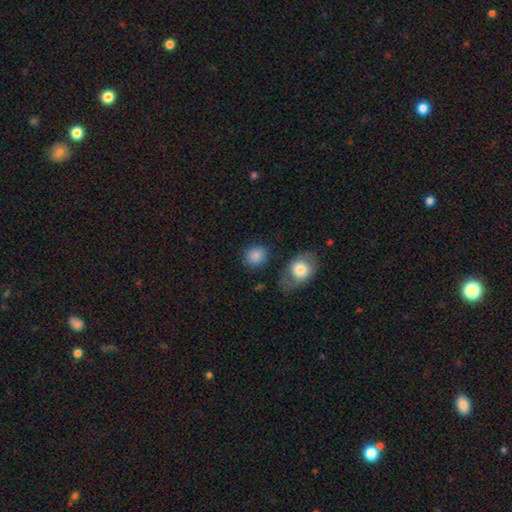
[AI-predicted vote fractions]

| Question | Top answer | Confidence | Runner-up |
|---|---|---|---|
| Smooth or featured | smooth | 86% | star or artifact (8%) |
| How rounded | round | 78% | in between (21%) |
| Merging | none | 77% | minor disturbance (12%) |